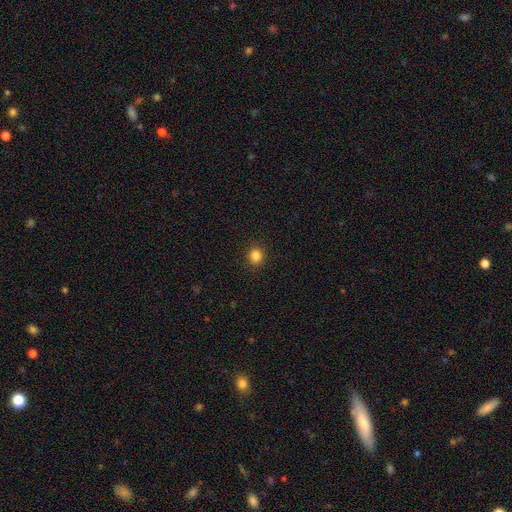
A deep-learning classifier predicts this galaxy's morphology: smooth-or-featured: smooth: 84% | star or artifact: 12% | featured or disk: 4%
  how-rounded: round: 86% | in between: 13% | cigar-shaped: 1%
  merging: none: 92% | minor disturbance: 6% | major disturbance: 2% | merger: 1%